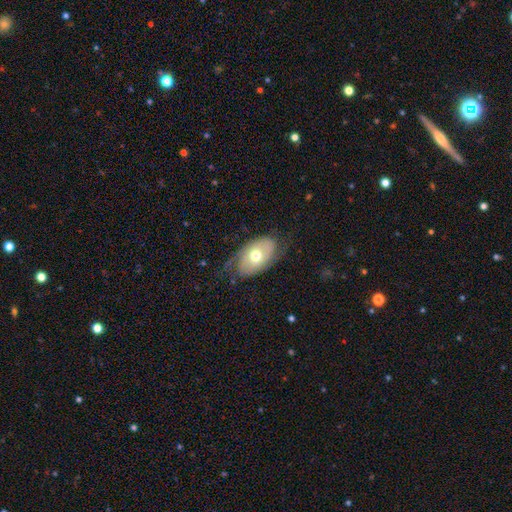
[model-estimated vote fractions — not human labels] This is possibly a featured or disk galaxy (47%, tied with smooth). Merging: likely none (64%).